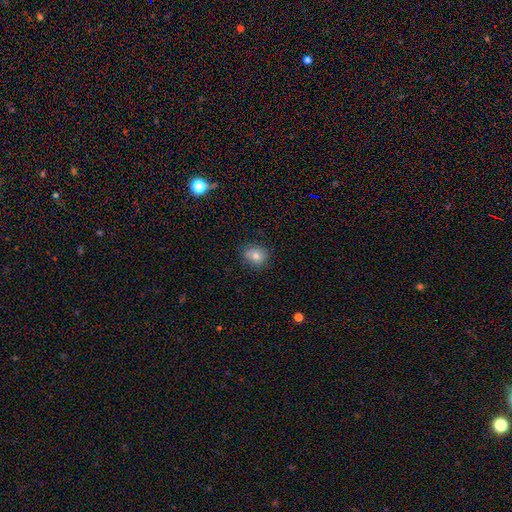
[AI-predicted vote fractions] Overall: smooth (78%). How rounded: round (71%). Merging: none (81%).